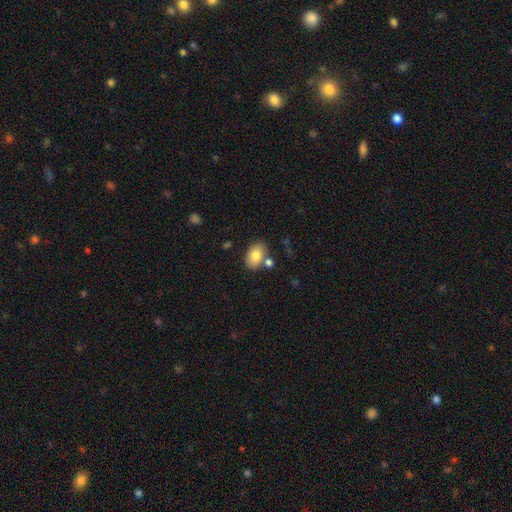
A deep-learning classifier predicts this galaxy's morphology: This is clearly a smooth galaxy (81%). How rounded: clearly in between (85%). Merging: likely none (72%).